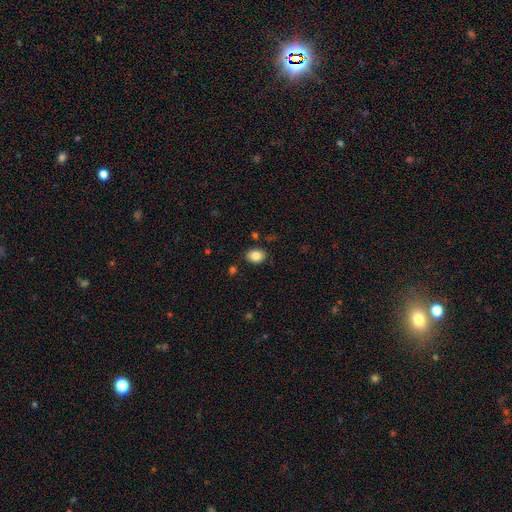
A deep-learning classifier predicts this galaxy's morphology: Overall: smooth (85%). How rounded: in between (69%; round 30%). Merging: none (85%).